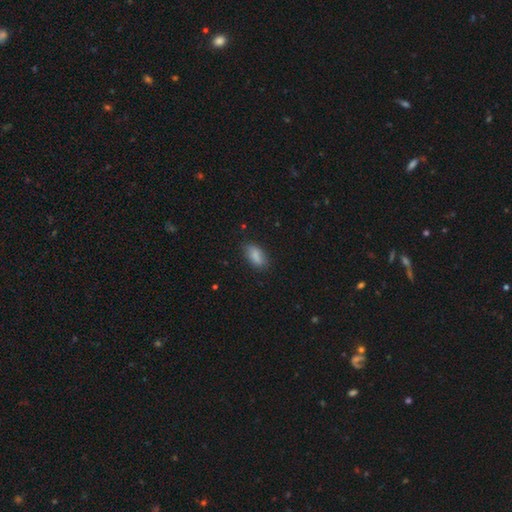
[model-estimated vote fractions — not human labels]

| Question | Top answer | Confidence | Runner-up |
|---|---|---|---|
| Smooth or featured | smooth | 84% | featured or disk (9%) |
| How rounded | in between | 90% | cigar-shaped (6%) |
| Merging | none | 76% | minor disturbance (19%) |